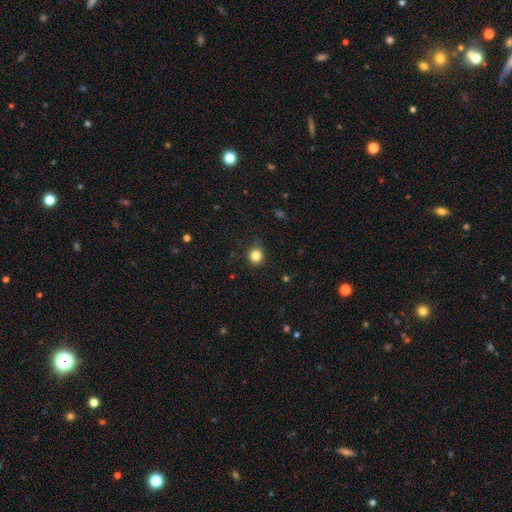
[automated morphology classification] Smooth or featured?
  - smooth: 83% *
  - star or artifact: 12%
  - featured or disk: 5%
How rounded?
  - round: 78% *
  - in between: 21%
  - cigar-shaped: 1%
Merging?
  - none: 78% *
  - minor disturbance: 17%
  - major disturbance: 4%
  - merger: 1%